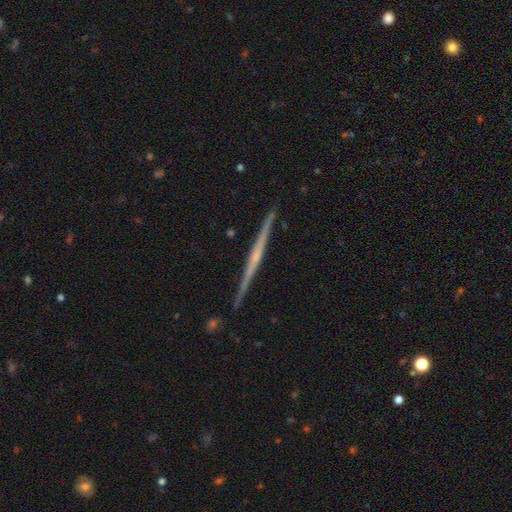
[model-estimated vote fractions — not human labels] Morphology: type=featured or disk (78%); edge-on=yes (98%); edge-on bulge=none (52%); merging=none (91%).